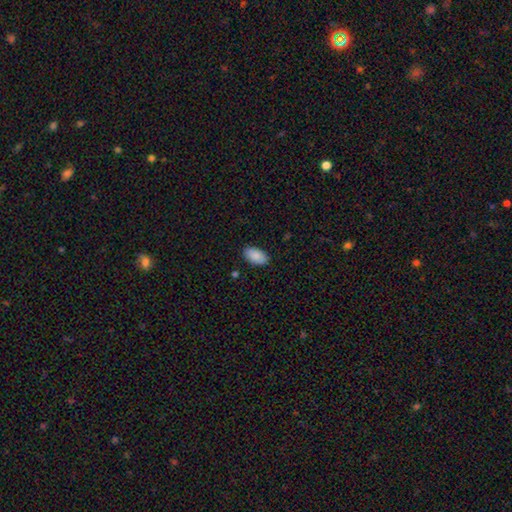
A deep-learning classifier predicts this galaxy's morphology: Smooth or featured: smooth — 89% (star or artifact — 6%)
How rounded: in between — 95% (round — 3%)
Merging: none — 88% (minor disturbance — 9%)